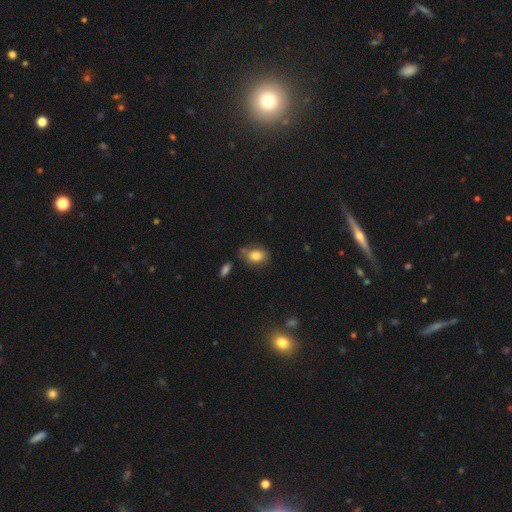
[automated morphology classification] This appears to be a smooth galaxy with no disk features (83%) that is in between round and cigar-shaped (71%). Merging: none (68%).